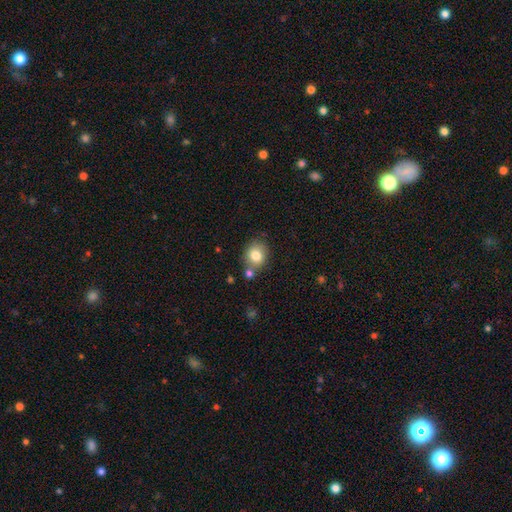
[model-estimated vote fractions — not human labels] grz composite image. It shows a smooth galaxy with no disk features (80%) that is round (65%). Merging: none (70%).